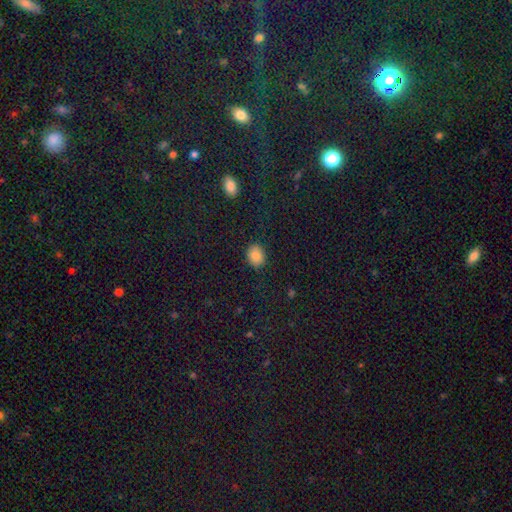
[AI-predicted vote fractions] smooth_or_featured: smooth (p=0.86) [alt: star or artifact p=0.10]
how_rounded: in between (p=0.50) [alt: round p=0.49]
merging: none (p=0.86) [alt: minor disturbance p=0.10]